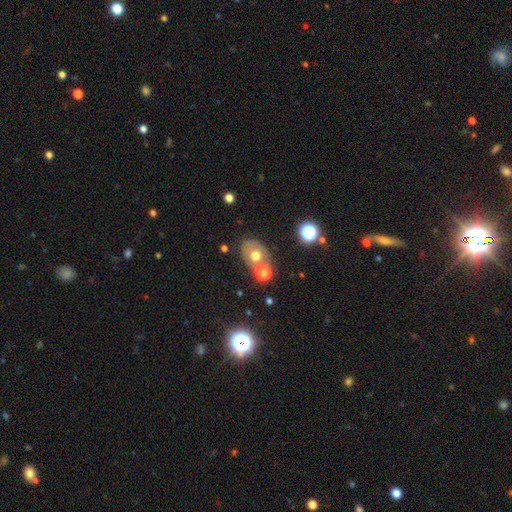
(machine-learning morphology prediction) The model was most divided on "merging": none: 49%, merger: 29%, minor disturbance: 15%, major disturbance: 7%. More confident: how rounded — in between (62%); smooth or featured — smooth (55%).